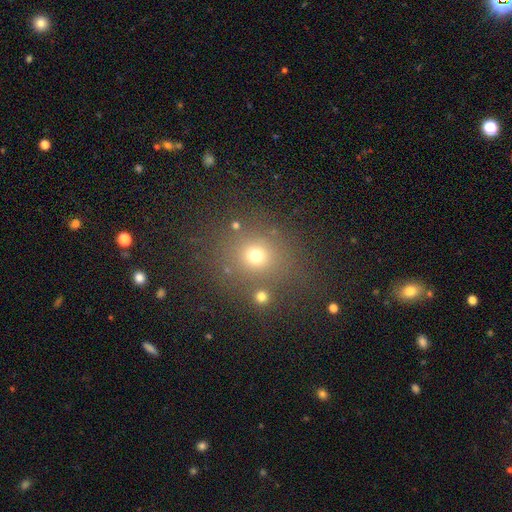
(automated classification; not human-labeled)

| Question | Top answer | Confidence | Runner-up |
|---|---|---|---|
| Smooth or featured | smooth | 68% | star or artifact (23%) |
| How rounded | round | 78% | in between (21%) |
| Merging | none | 75% | minor disturbance (11%) |